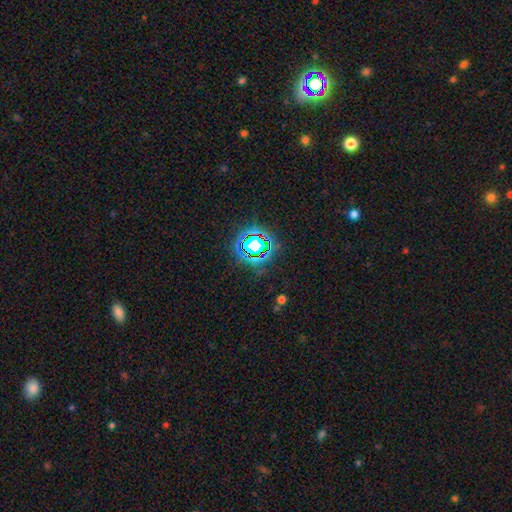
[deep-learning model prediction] smooth-or-featured: star or artifact: 74% | smooth: 16% | featured or disk: 10%